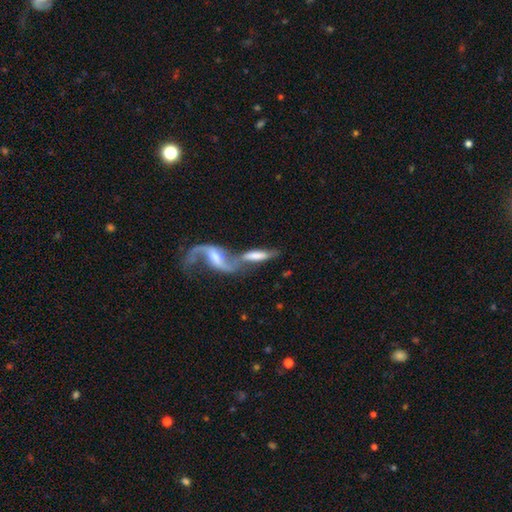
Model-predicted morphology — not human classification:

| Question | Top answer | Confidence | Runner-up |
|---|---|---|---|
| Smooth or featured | featured or disk | 48% | smooth (45%) |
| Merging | merger | 69% | none (16%) |